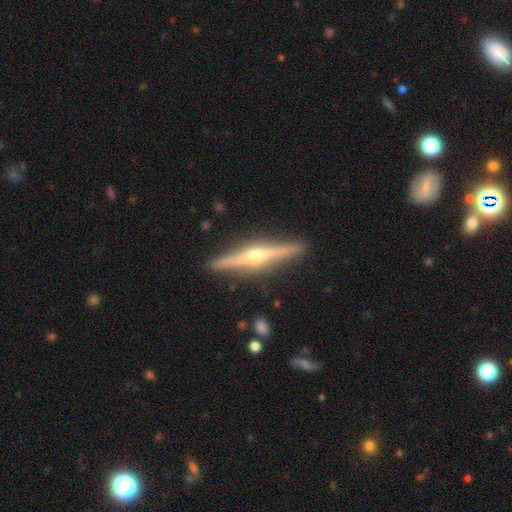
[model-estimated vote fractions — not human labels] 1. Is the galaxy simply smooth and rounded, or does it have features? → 79% featured or disk, 16% smooth, 5% star or artifact.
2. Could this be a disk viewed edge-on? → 98% yes, 2% no.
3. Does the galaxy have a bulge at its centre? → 92% rounded, 4% none, 4% boxy.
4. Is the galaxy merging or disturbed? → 90% none, 7% minor disturbance, 1% major disturbance, 1% merger.